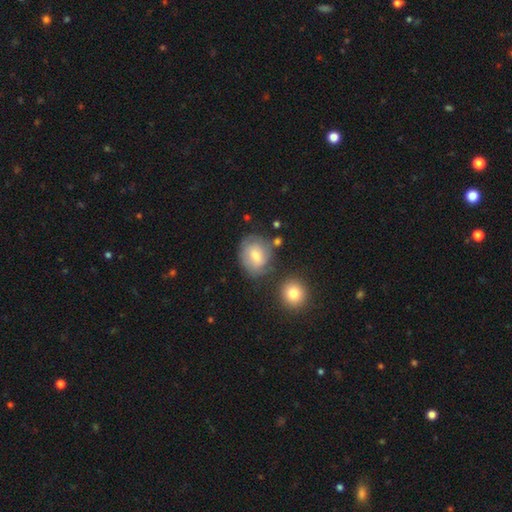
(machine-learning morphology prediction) Smooth or featured: smooth — 65% (featured or disk — 27%)
How rounded: round — 55% (in between — 44%)
Merging: none — 62% (minor disturbance — 22%)